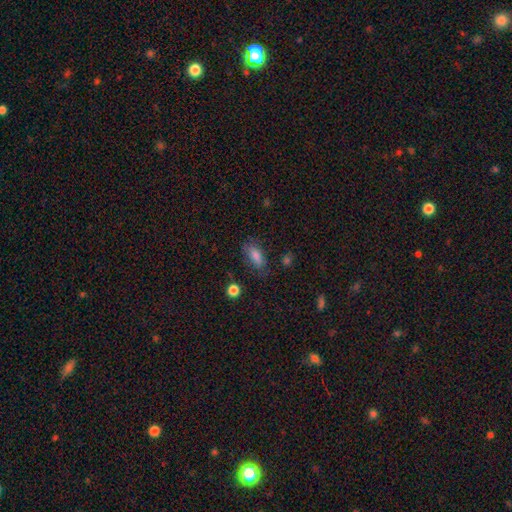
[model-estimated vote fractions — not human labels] smooth-or-featured: smooth: 79% | featured or disk: 12% | star or artifact: 9%
  how-rounded: in between: 82% | cigar-shaped: 14% | round: 4%
  merging: none: 69% | minor disturbance: 21% | major disturbance: 8% | merger: 2%